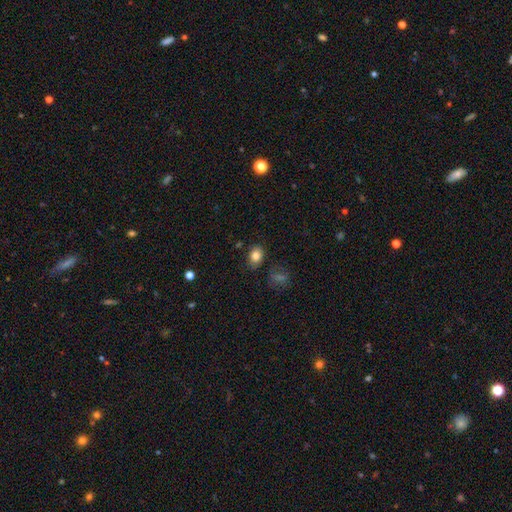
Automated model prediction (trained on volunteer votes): Smooth or featured? smooth (83%)
How rounded? in between (63%)
Merging? none (78%)